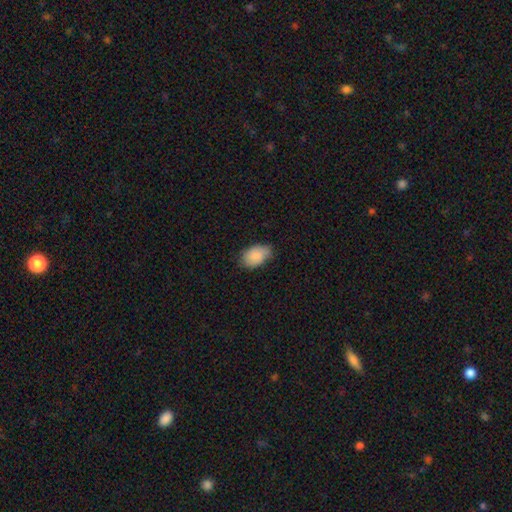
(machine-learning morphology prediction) This is clearly a smooth galaxy (85%). How rounded: clearly in between (89%). Merging: likely none (64%).